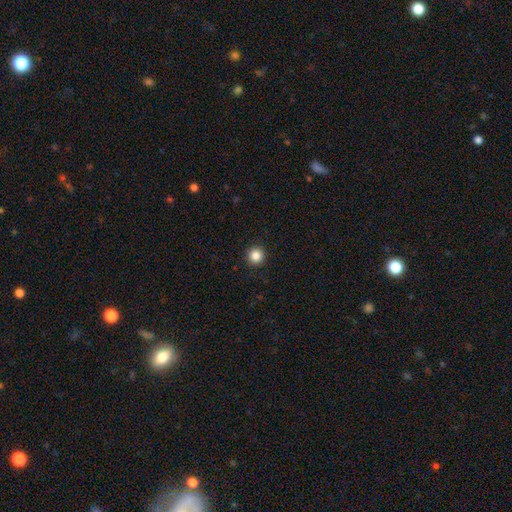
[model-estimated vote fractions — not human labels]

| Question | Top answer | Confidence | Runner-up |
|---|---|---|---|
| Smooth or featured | smooth | 86% | star or artifact (11%) |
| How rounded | round | 96% | in between (3%) |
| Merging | none | 93% | minor disturbance (4%) |